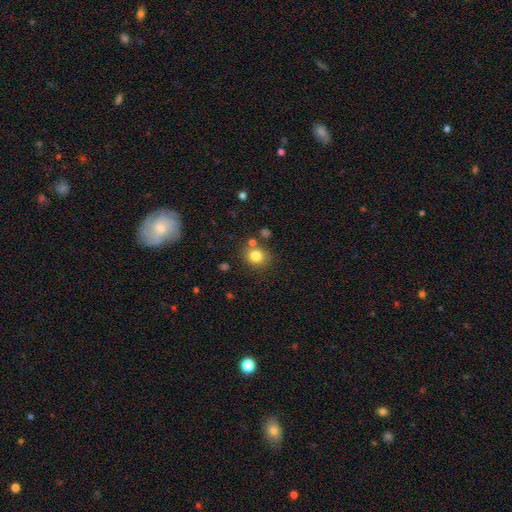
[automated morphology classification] This appears to be a smooth galaxy with no disk features (80%) that is round (81%). Merging: none (74%).